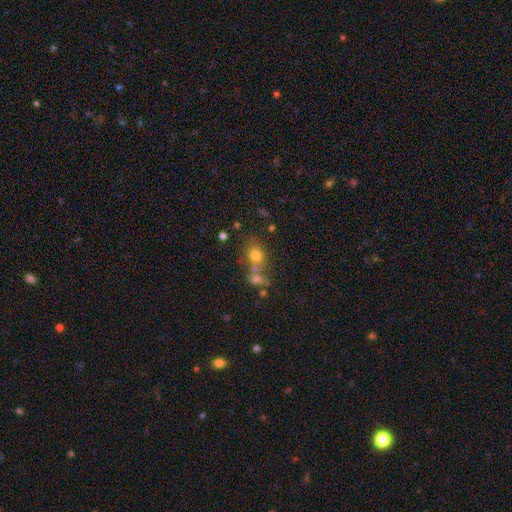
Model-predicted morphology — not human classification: Smooth or featured: smooth — 74% (star or artifact — 14%)
How rounded: round — 58% (in between — 40%)
Merging: none — 56% (merger — 24%)